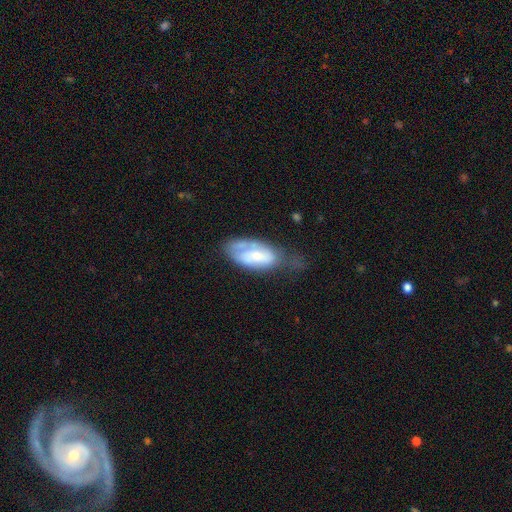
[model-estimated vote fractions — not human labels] Smooth or featured?
  - smooth: 48% *
  - featured or disk: 45%
  - star or artifact: 7%
Merging?
  - minor disturbance: 34% *
  - none: 30%
  - major disturbance: 29%
  - merger: 7%